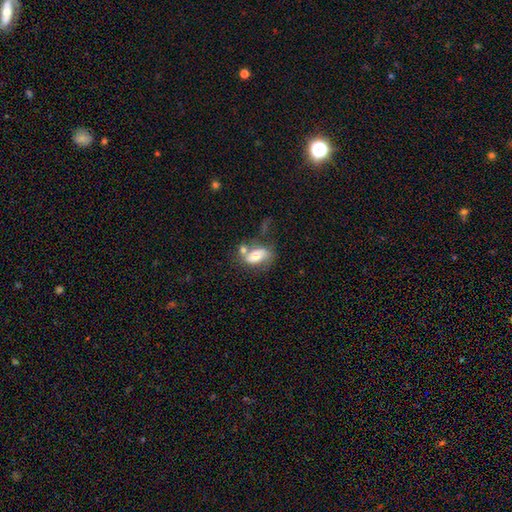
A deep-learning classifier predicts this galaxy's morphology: Smooth or featured? smooth (57%)
How rounded? in between (86%)
Merging? none (40%)